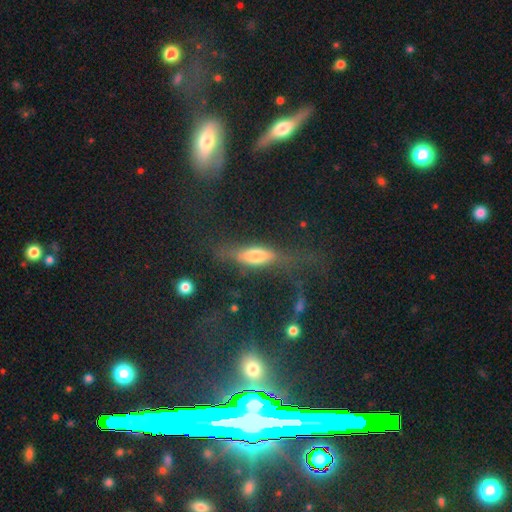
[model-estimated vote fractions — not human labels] Smooth or featured: smooth — 60% (featured or disk — 30%)
How rounded: in between — 55% (cigar-shaped — 41%)
Merging: none — 50% (major disturbance — 23%)